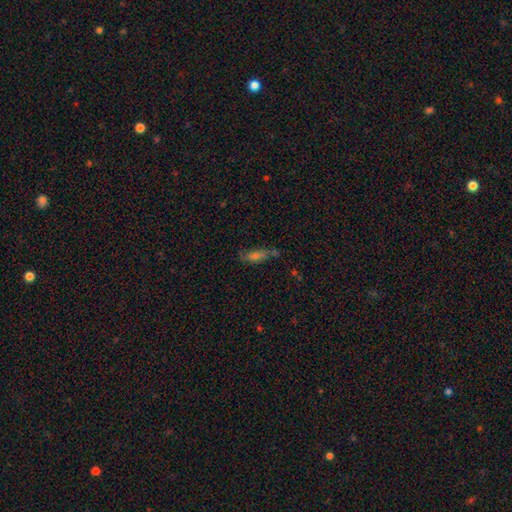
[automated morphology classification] smooth_or_featured: smooth (p=0.50) [alt: featured or disk p=0.27]
merging: none (p=0.59) [alt: minor disturbance p=0.20]